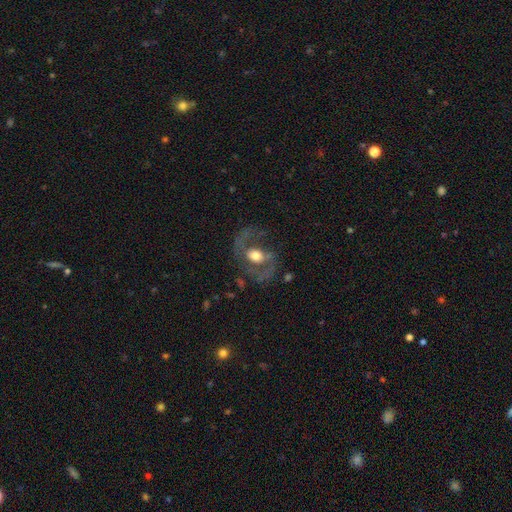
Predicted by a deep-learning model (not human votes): A featured or disk galaxy (71%) with no bar (60%), spiral arms (70%) and a moderate central bulge (57%).

Vote fractions:
- Smooth or featured? featured or disk: 71% / smooth: 22% / star or artifact: 7%
- Edge-on disk? no: 96% / yes: 4%
- Bar? no: 60% / weak: 28% / strong: 11%
- Spiral arms? yes: 70% / no: 30%
- Bulge size? moderate: 57% / large: 30% / small: 8% / dominant: 3% / none: 2%
- Merging? none: 60% / major disturbance: 21% / minor disturbance: 16% / merger: 2%